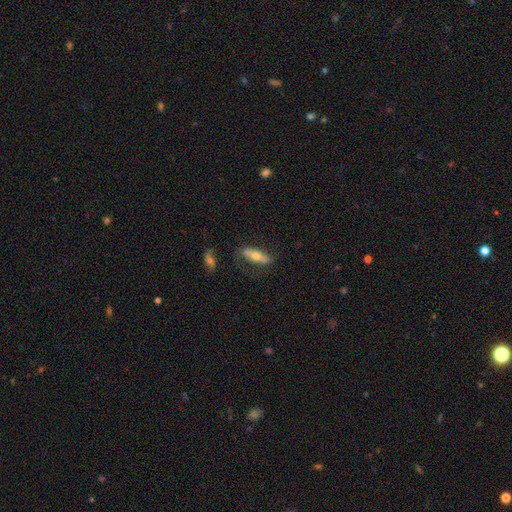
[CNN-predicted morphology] The model was most divided on "smooth or featured": smooth: 47%, featured or disk: 46%, star or artifact: 7%. More confident: merging — none (64%).